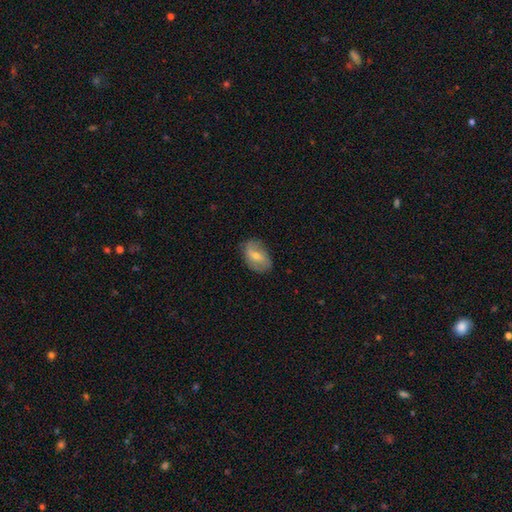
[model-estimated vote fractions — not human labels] Smooth or featured?
  - featured or disk: 50% *
  - smooth: 40%
  - star or artifact: 9%
Edge-on disk?
  - no: 92% *
  - yes: 8%
Merging?
  - none: 75% *
  - minor disturbance: 19%
  - major disturbance: 5%
  - merger: 1%